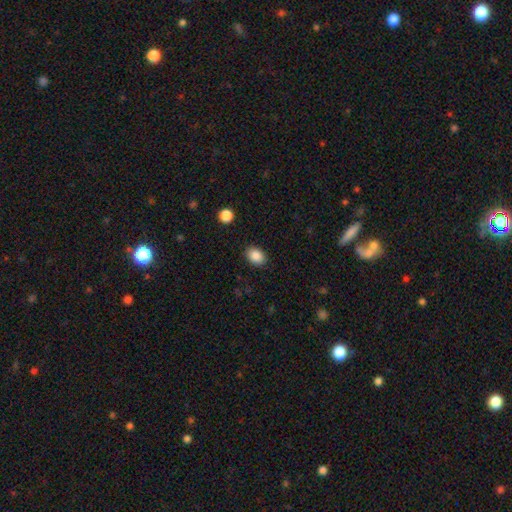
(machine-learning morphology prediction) Smooth or featured? Predicted: smooth (p=0.88). How rounded? Predicted: in between (p=0.70). Merging? Predicted: none (p=0.88).